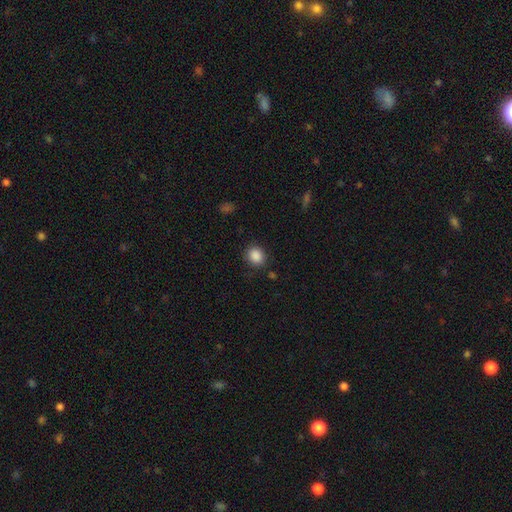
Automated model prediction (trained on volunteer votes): smooth-or-featured: smooth: 88% | star or artifact: 9% | featured or disk: 3%
  how-rounded: round: 75% | in between: 25% | cigar-shaped: 1%
  merging: none: 85% | minor disturbance: 10% | major disturbance: 3% | merger: 2%